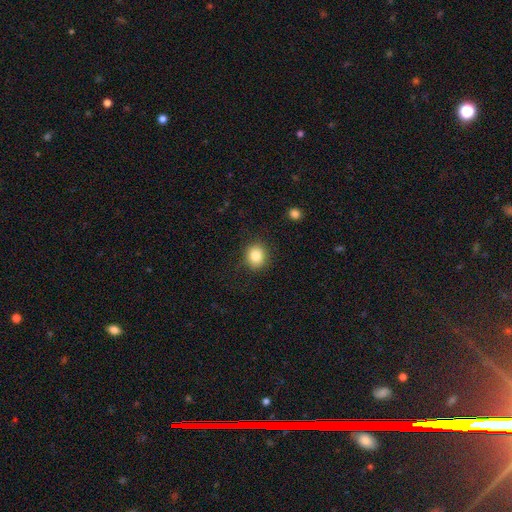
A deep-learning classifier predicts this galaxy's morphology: Overall: smooth (85%). How rounded: round (77%). Merging: none (86%).